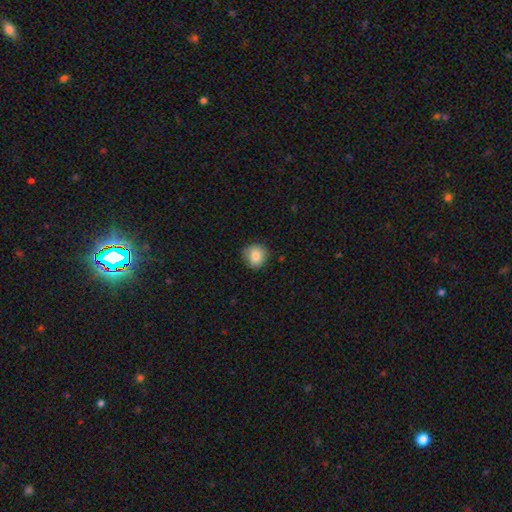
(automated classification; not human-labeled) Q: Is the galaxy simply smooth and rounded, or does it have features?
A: smooth — 84%.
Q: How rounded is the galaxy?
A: round — 88%.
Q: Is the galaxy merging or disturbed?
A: none — 80%.